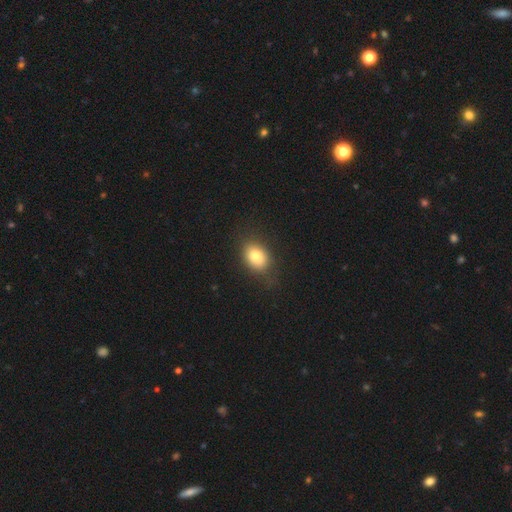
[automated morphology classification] A smooth galaxy with no disk features (79%) that is in between round and cigar-shaped (73%).

Vote fractions:
- Smooth or featured? smooth: 79% / featured or disk: 11% / star or artifact: 10%
- How rounded? in between: 73% / round: 26% / cigar-shaped: 1%
- Merging? none: 78% / minor disturbance: 16% / major disturbance: 5% / merger: 1%